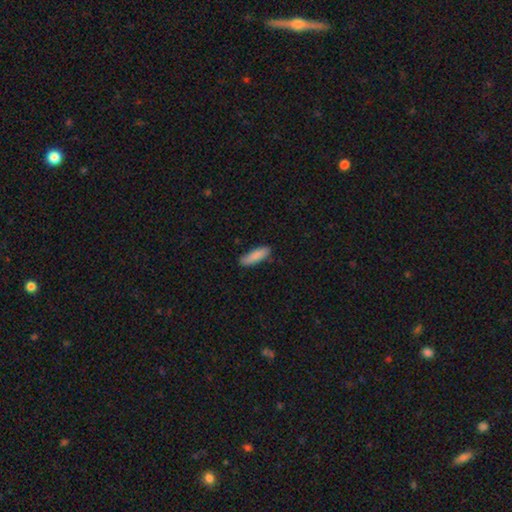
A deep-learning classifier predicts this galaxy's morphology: Smooth or featured? Predicted: smooth (p=0.87). How rounded? Predicted: cigar-shaped (p=0.52). Merging? Predicted: none (p=0.84).